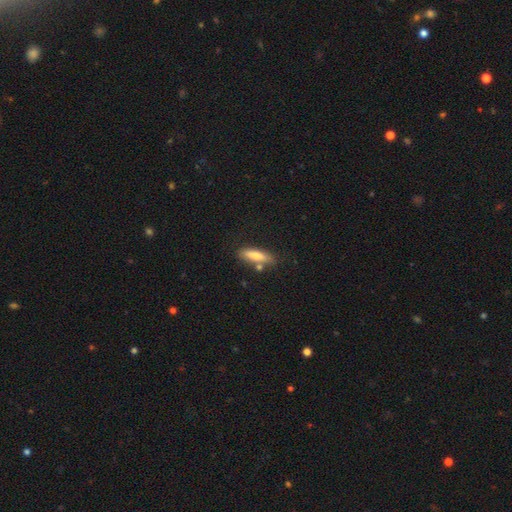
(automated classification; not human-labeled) Smooth or featured?
  - smooth: 75% *
  - featured or disk: 19%
  - star or artifact: 7%
How rounded?
  - cigar-shaped: 64% *
  - in between: 33%
  - round: 2%
Merging?
  - none: 70% *
  - minor disturbance: 16%
  - merger: 11%
  - major disturbance: 4%